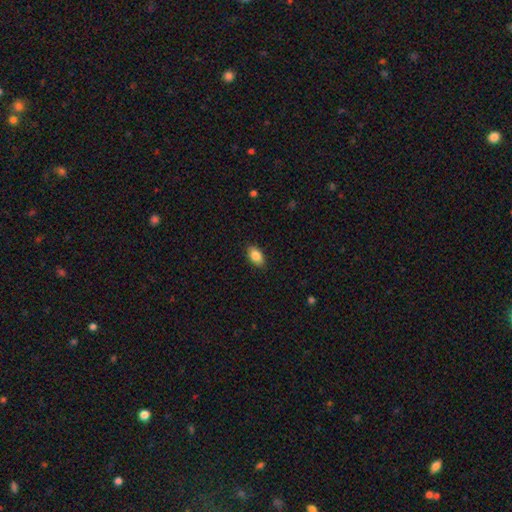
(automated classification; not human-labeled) Morphology: type=smooth (84%); roundness=in between (91%); merging=none (88%).